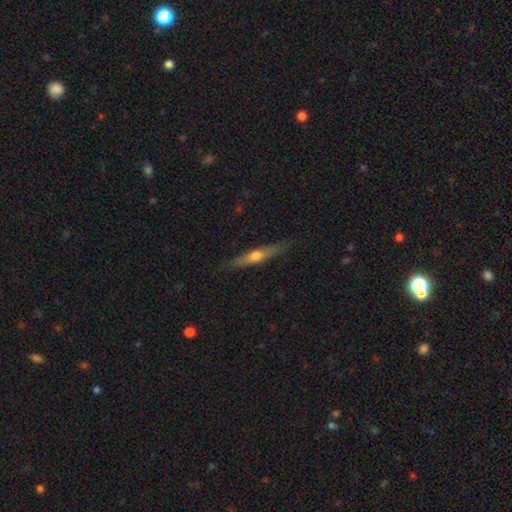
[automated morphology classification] featured or disk 56%, smooth 37%, star or artifact 6%. Down the decision tree: edge-on disk — yes (93%); edge-on bulge — rounded (87%); merging — none (86%).